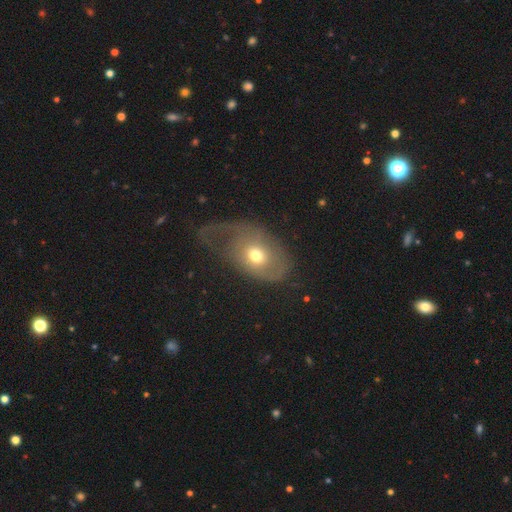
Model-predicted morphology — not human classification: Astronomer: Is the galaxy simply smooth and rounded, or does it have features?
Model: smooth — 46% (runner-up: featured or disk, 45%).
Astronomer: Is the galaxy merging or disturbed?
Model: major disturbance — 47% (runner-up: none, 29%).